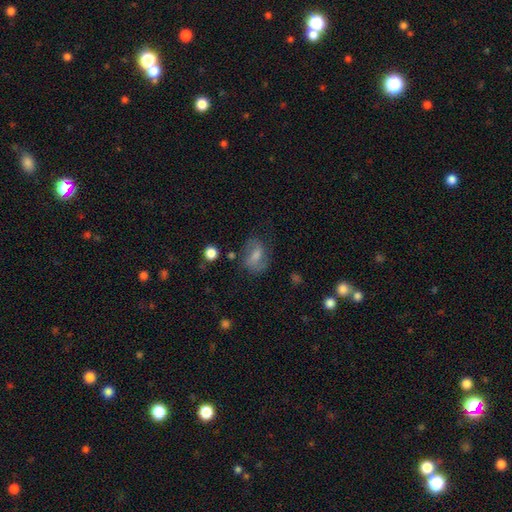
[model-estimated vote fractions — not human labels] Smooth or featured? featured or disk (48%)
Merging? none (69%)